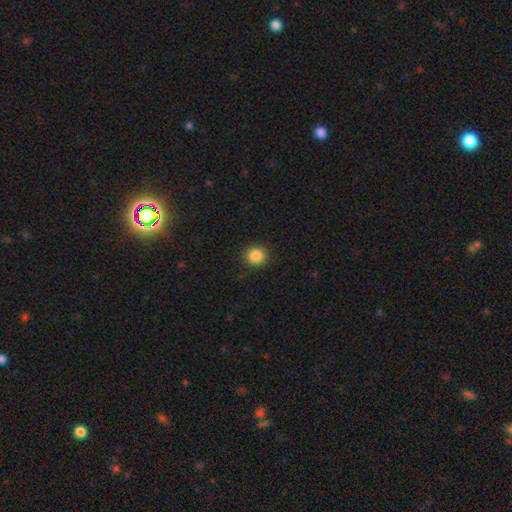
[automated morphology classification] Smooth or featured: smooth — 86% (star or artifact — 10%)
How rounded: round — 90% (in between — 9%)
Merging: none — 91% (minor disturbance — 6%)